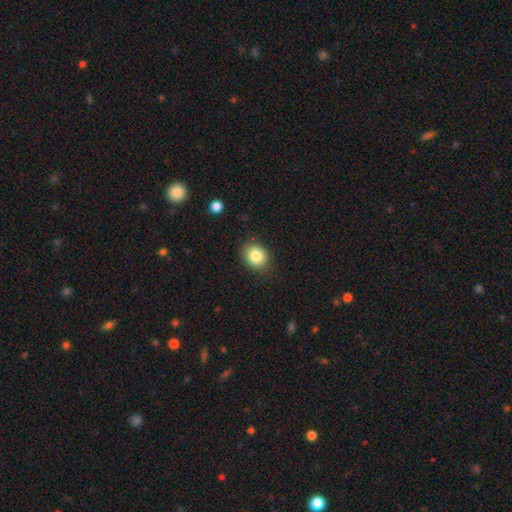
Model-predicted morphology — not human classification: smooth 84%, star or artifact 9%, featured or disk 7%. Down the decision tree: how rounded — round (60%); merging — none (85%).